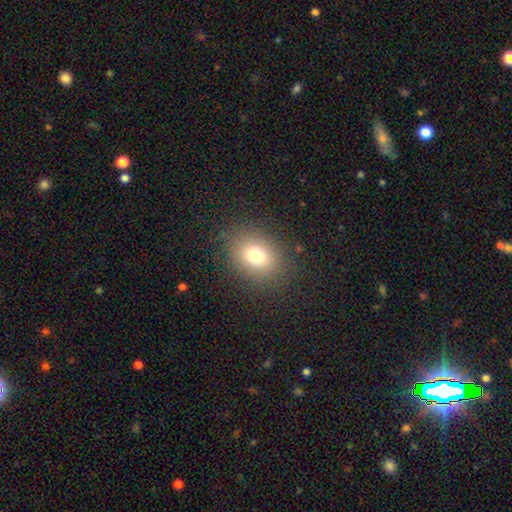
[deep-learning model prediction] smooth-or-featured: smooth: 76% | star or artifact: 14% | featured or disk: 10%
  how-rounded: round: 50% | in between: 49% | cigar-shaped: 1%
  merging: none: 85% | minor disturbance: 9% | major disturbance: 5% | merger: 1%